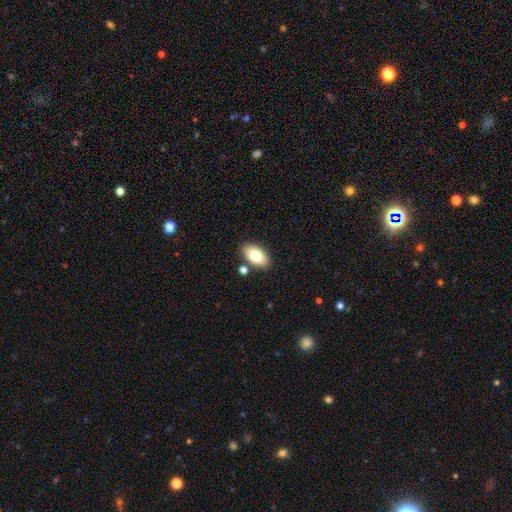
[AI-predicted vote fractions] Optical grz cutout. It shows a smooth galaxy with no disk features (78%) that is in between round and cigar-shaped (93%). Merging: none (83%).